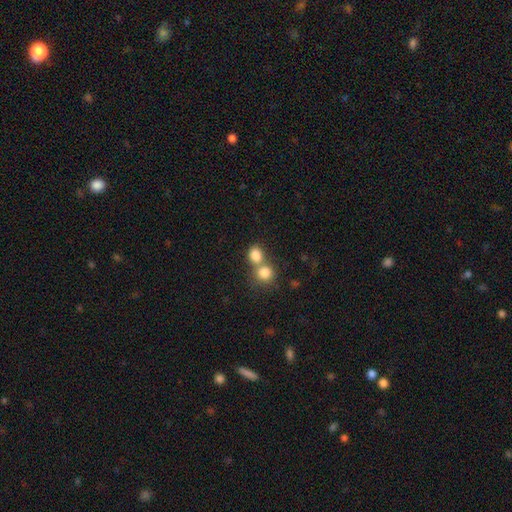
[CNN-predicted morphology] Smooth or featured? smooth (82%)
How rounded? round (68%)
Merging? merger (52%)